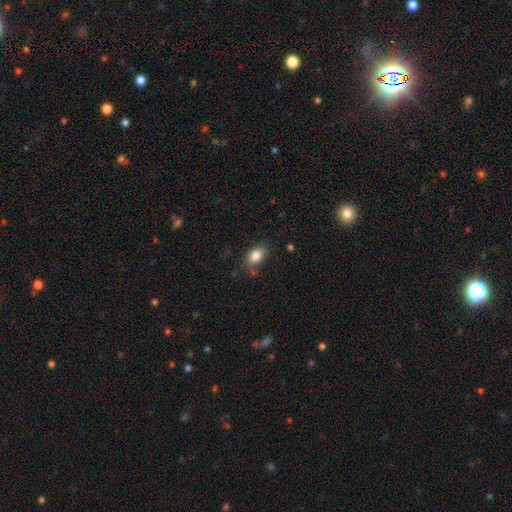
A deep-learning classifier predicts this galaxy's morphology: A smooth galaxy with no disk features (84%) that is in between round and cigar-shaped (82%). Merging: none (74%).